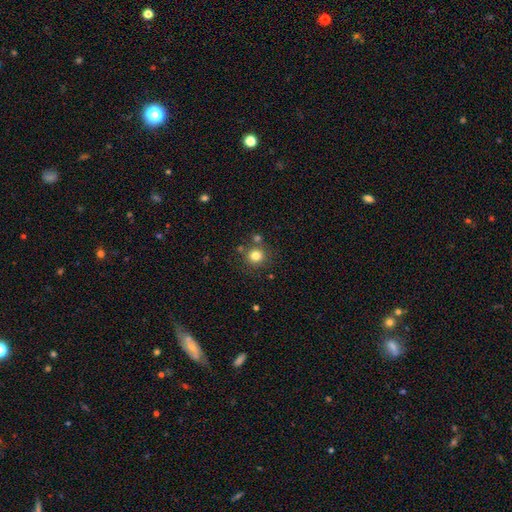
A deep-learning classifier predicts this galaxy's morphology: A smooth galaxy with no disk features (80%) that is round (92%). Merging: none (79%).